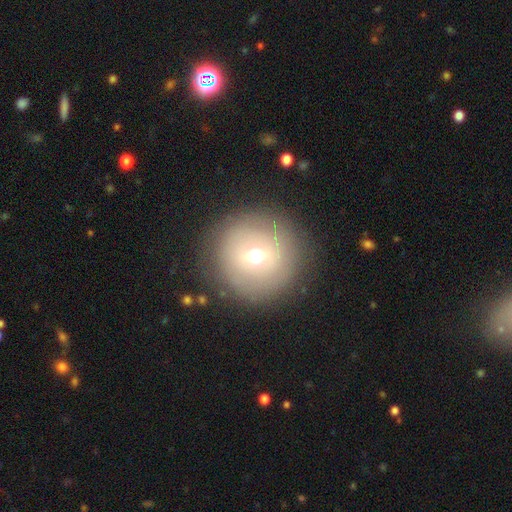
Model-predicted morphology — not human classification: This is possibly a smooth galaxy (59%). How rounded: clearly round (96%). Merging: clearly none (86%).